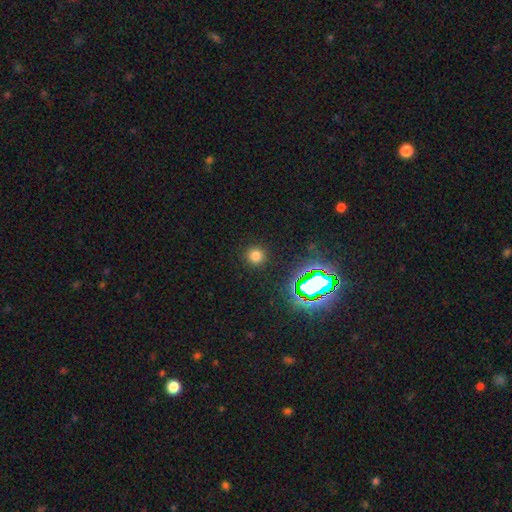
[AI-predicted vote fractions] This appears to be a smooth galaxy with no disk features (74%) that is round (94%). Merging: none (90%).